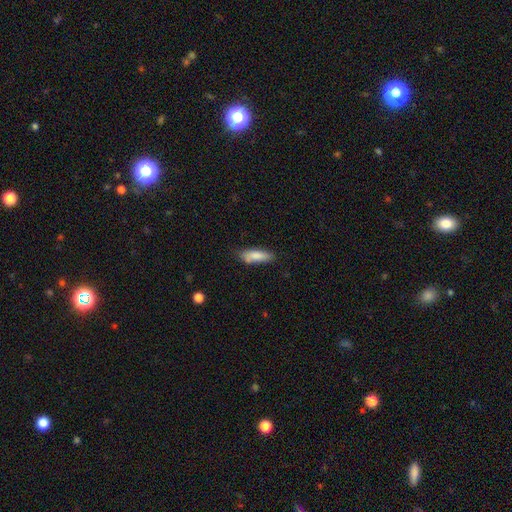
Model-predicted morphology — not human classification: Smooth or featured? smooth (83%)
How rounded? in between (50%)
Merging? none (71%)